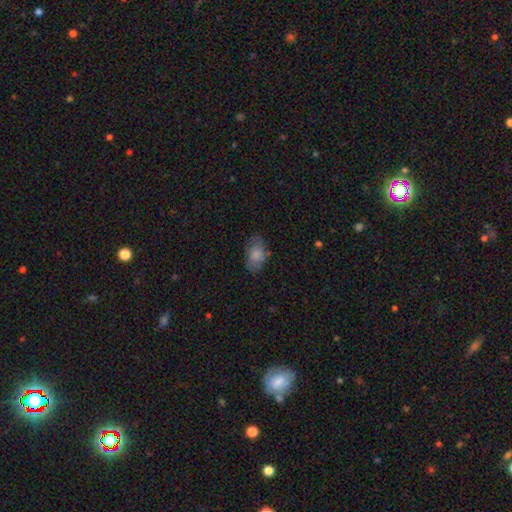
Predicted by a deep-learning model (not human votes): smooth 69%, featured or disk 21%, star or artifact 11%. Down the decision tree: how rounded — in between (89%); merging — none (75%).